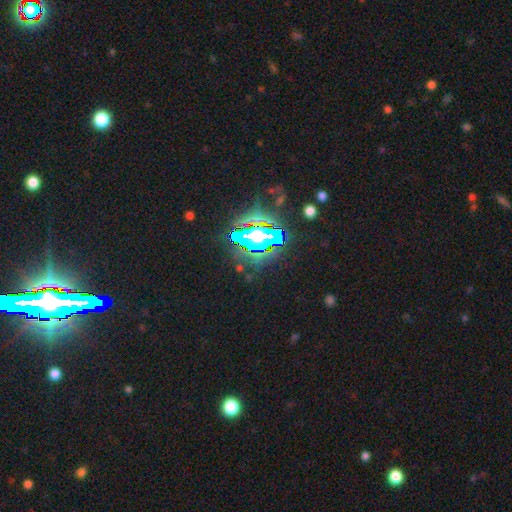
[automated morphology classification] Smooth or featured? Predicted: star or artifact (p=0.69).